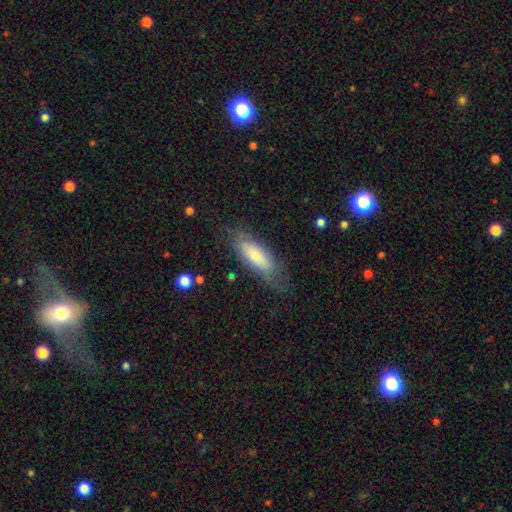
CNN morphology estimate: smooth 67%, featured or disk 27%, star or artifact 6%. Down the decision tree: how rounded — in between (62%); merging — none (67%).